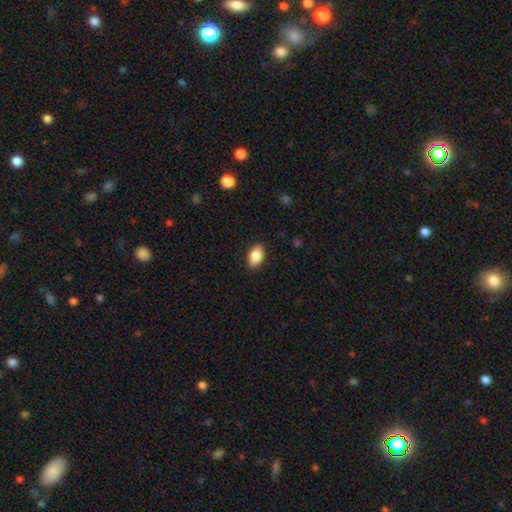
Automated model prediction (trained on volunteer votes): smooth-or-featured: smooth: 83% | featured or disk: 9% | star or artifact: 7%
  how-rounded: in between: 91% | round: 6% | cigar-shaped: 4%
  merging: none: 88% | minor disturbance: 9% | major disturbance: 2% | merger: 1%